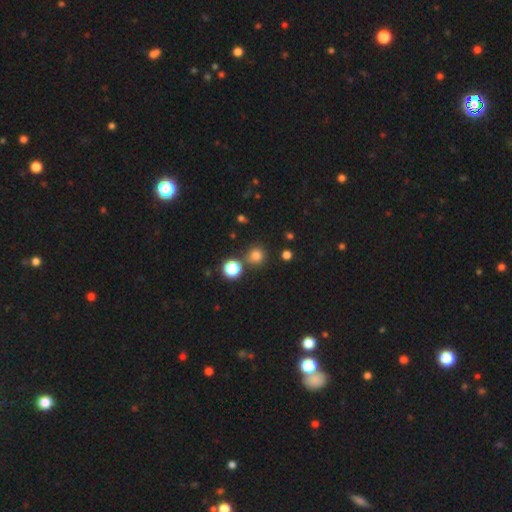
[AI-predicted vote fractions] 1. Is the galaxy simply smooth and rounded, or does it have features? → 77% smooth, 18% star or artifact, 5% featured or disk.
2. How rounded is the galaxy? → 92% round, 7% in between, 1% cigar-shaped.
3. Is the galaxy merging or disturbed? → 79% none, 10% merger, 8% minor disturbance, 3% major disturbance.